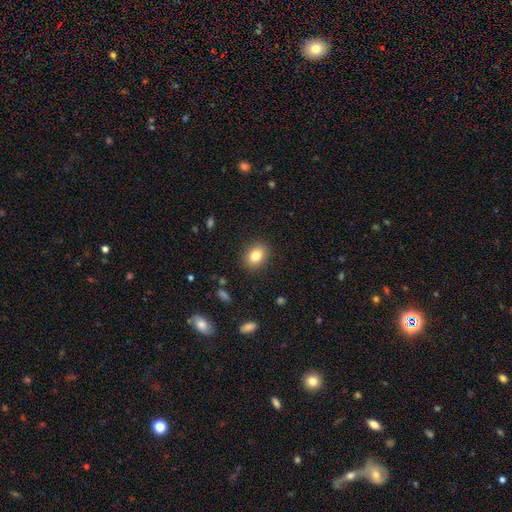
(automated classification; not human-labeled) Smooth or featured?
  - smooth: 82% *
  - star or artifact: 10%
  - featured or disk: 8%
How rounded?
  - in between: 57% *
  - round: 42%
  - cigar-shaped: 1%
Merging?
  - none: 88% *
  - minor disturbance: 8%
  - major disturbance: 2%
  - merger: 1%